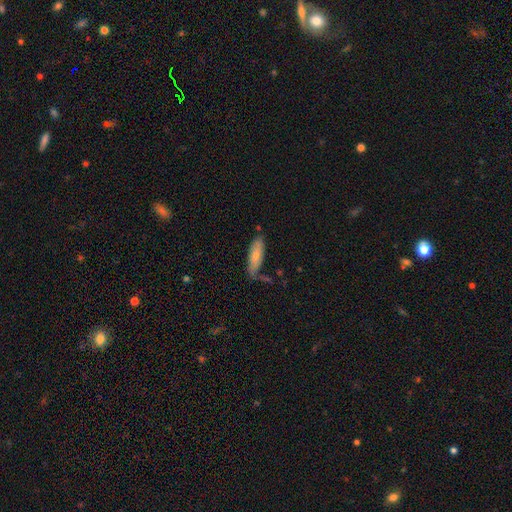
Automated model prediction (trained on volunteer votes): Smooth or featured? Predicted: smooth (p=0.68). How rounded? Predicted: in between (p=0.58). Merging? Predicted: none (p=0.56).